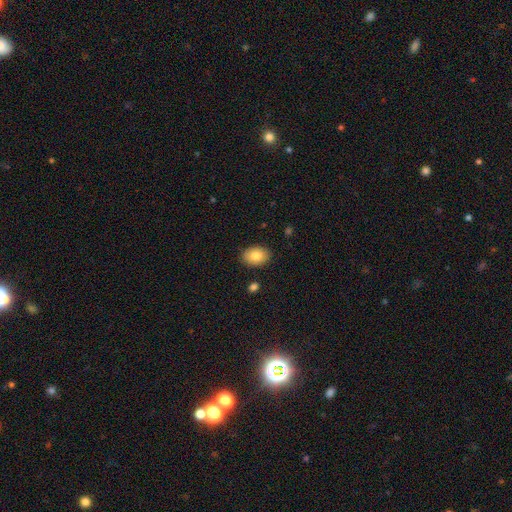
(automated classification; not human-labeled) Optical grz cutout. It shows a smooth galaxy with no disk features (84%) that is in between round and cigar-shaped (82%). Merging: none (88%).